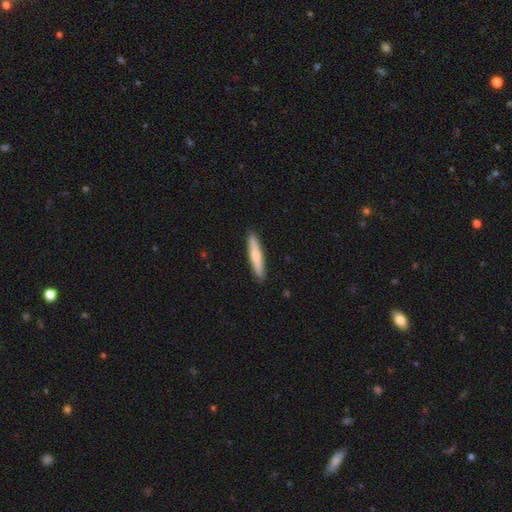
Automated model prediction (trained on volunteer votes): Smooth or featured?
  - smooth: 64% *
  - featured or disk: 31%
  - star or artifact: 5%
How rounded?
  - cigar-shaped: 91% *
  - in between: 7%
  - round: 1%
Merging?
  - none: 91% *
  - minor disturbance: 7%
  - major disturbance: 1%
  - merger: 1%